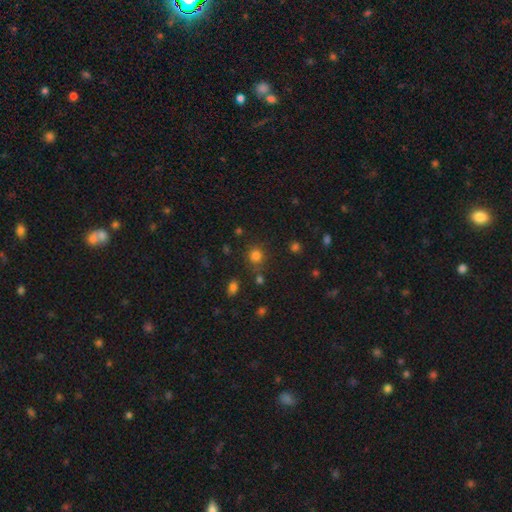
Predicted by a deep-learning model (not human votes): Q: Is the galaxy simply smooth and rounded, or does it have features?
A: smooth — 79%.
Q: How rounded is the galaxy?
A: round — 88%.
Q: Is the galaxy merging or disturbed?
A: none — 79%.